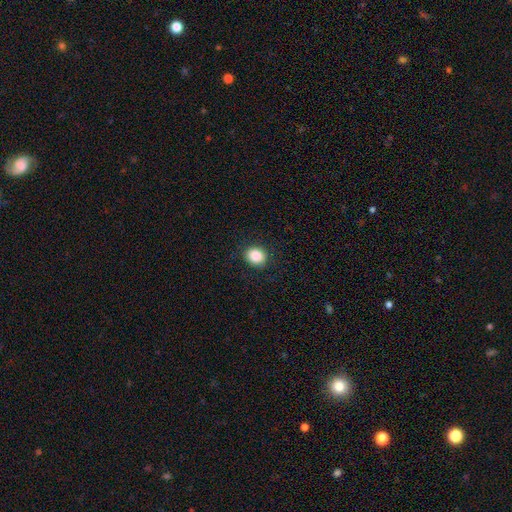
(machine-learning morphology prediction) smooth 86%, star or artifact 10%, featured or disk 5%. Down the decision tree: how rounded — round (75%); merging — none (90%).